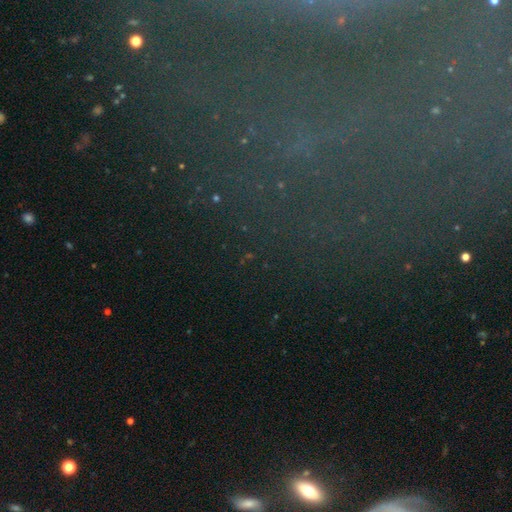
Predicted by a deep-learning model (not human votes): Smooth or featured? Predicted: star or artifact (p=0.62).